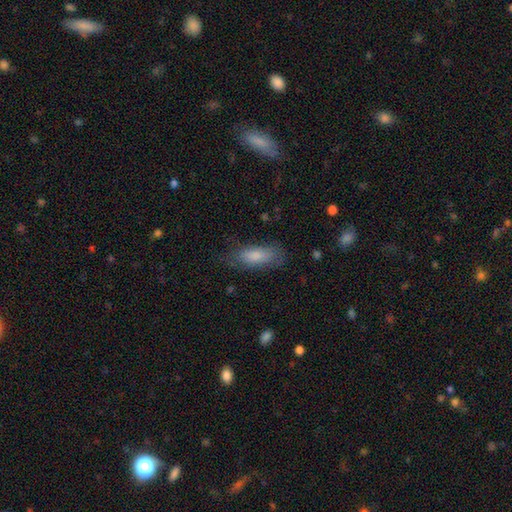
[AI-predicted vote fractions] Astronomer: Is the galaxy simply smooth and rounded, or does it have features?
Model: smooth — 77%.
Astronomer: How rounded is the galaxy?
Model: in between — 70%.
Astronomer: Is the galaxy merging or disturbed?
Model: none — 69%.